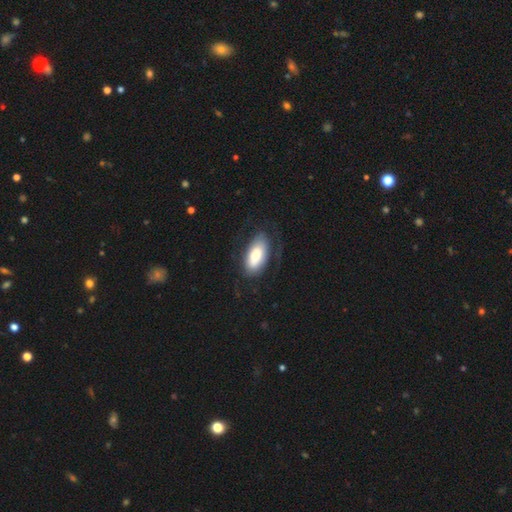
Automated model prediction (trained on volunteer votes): smooth 70%, featured or disk 24%, star or artifact 6%. Down the decision tree: how rounded — in between (91%); merging — none (66%).